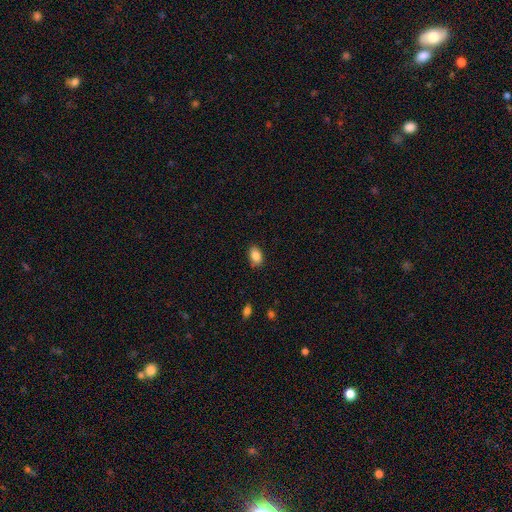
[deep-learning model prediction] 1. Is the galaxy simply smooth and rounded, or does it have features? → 87% smooth, 8% star or artifact, 5% featured or disk.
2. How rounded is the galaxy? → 89% in between, 10% round, 1% cigar-shaped.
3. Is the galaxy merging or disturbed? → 85% none, 11% minor disturbance, 2% major disturbance, 1% merger.